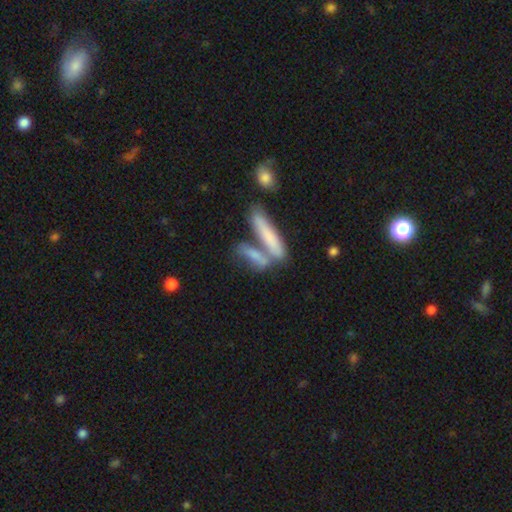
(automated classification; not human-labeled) This appears to be a smooth galaxy with no disk features (67%) that is cigar-shaped (71%). Merging: merger (43%).